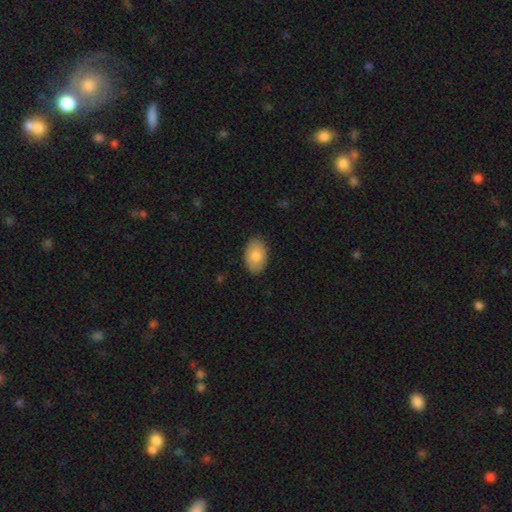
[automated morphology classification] smooth 84%, featured or disk 10%, star or artifact 6%. Down the decision tree: how rounded — in between (91%); merging — none (87%).